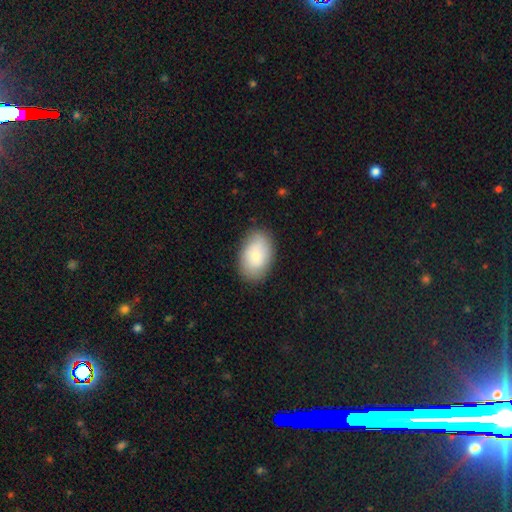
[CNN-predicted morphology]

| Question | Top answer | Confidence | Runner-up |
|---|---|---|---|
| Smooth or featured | smooth | 77% | featured or disk (16%) |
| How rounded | in between | 88% | round (10%) |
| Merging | none | 84% | minor disturbance (12%) |